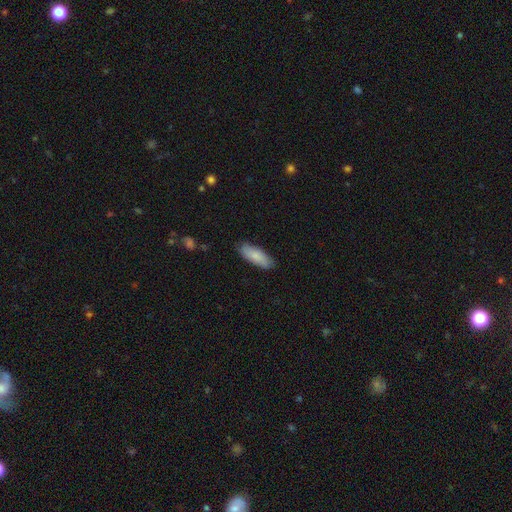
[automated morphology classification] The model was most divided on "how rounded": in between: 66%, cigar-shaped: 33%, round: 2%. More confident: merging — none (83%); smooth or featured — smooth (82%).